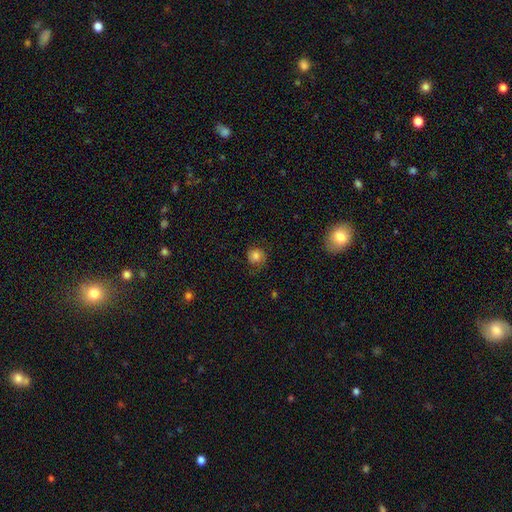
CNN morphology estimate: This appears to be a smooth galaxy with no disk features (77%) that is round (86%). Merging: none (70%).